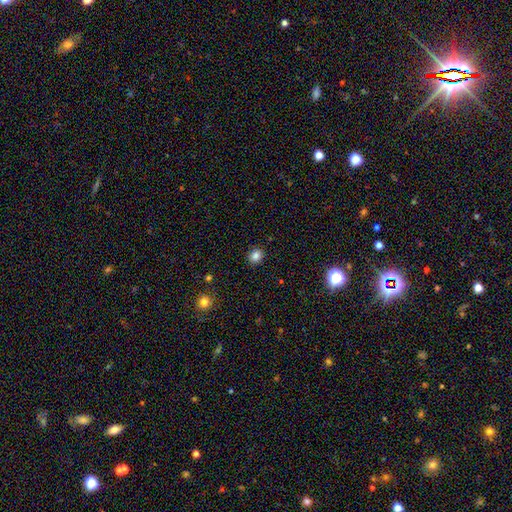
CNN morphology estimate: smooth 83%, star or artifact 12%, featured or disk 5%. Down the decision tree: how rounded — round (75%); merging — none (90%).